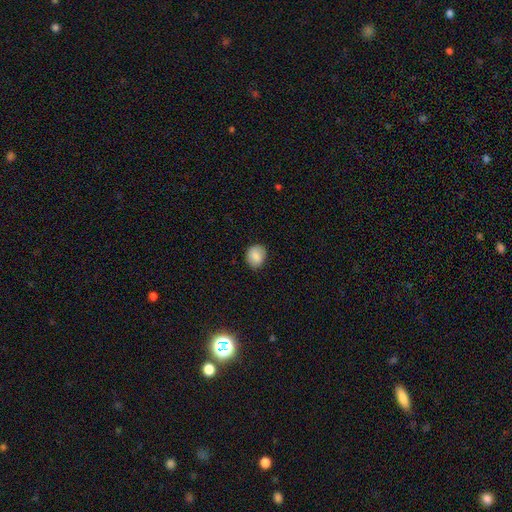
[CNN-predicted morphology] The model was most divided on "how rounded": round: 62%, in between: 37%, cigar-shaped: 1%. More confident: smooth or featured — smooth (86%); merging — none (80%).